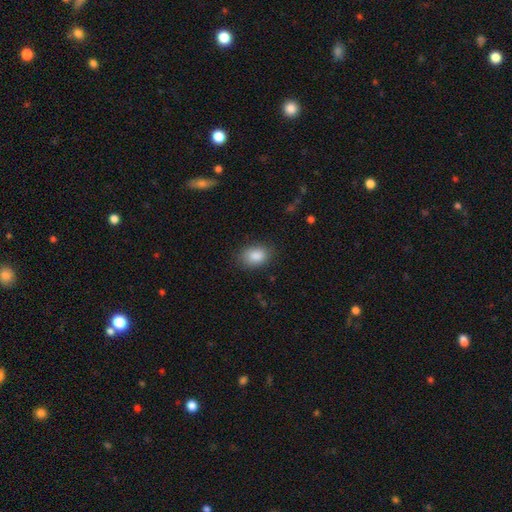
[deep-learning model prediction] Smooth or featured?
  - smooth: 87% *
  - star or artifact: 8%
  - featured or disk: 5%
How rounded?
  - in between: 78% *
  - round: 21%
  - cigar-shaped: 1%
Merging?
  - none: 83% *
  - minor disturbance: 13%
  - major disturbance: 3%
  - merger: 1%